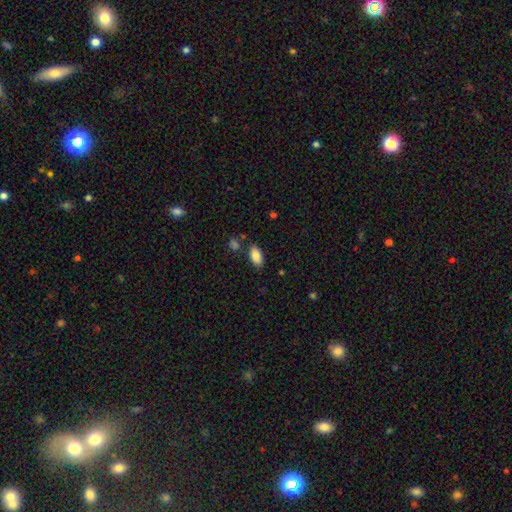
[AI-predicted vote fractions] This appears to be a smooth galaxy with no disk features (87%) that is in between round and cigar-shaped (93%). Merging: none (81%).